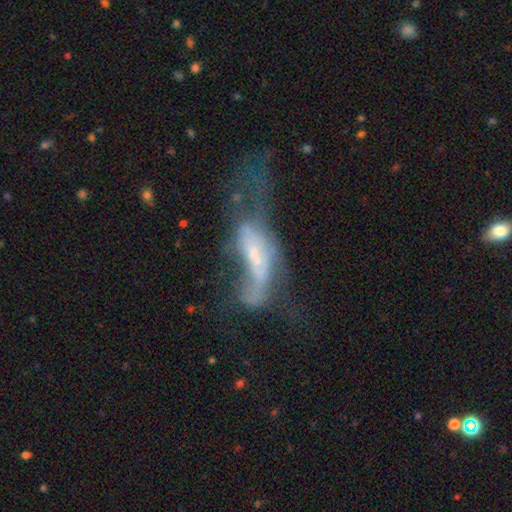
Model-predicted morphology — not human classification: smooth_or_featured: featured or disk (p=0.57) [alt: smooth p=0.31]
disk_edge_on: no (p=0.80) [alt: yes p=0.20]
merging: major disturbance (p=0.51) [alt: merger p=0.22]